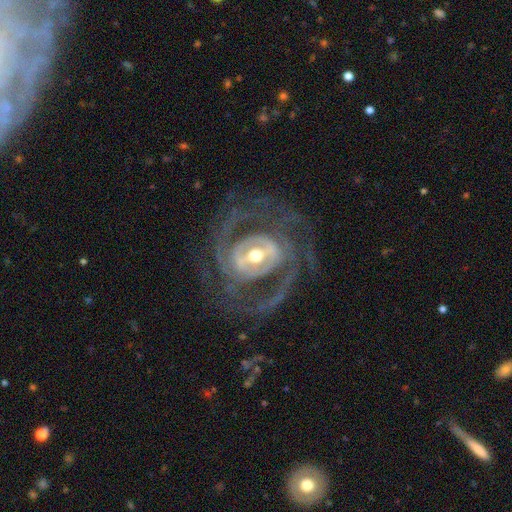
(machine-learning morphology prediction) Smooth or featured? featured or disk (91%)
Edge-on disk? no (96%)
Bar? strong (52%)
Spiral arms? yes (94%)
Spiral winding? medium (43%)
Spiral arm count? 2 (46%)
Bulge size? moderate (65%)
Merging? none (69%)